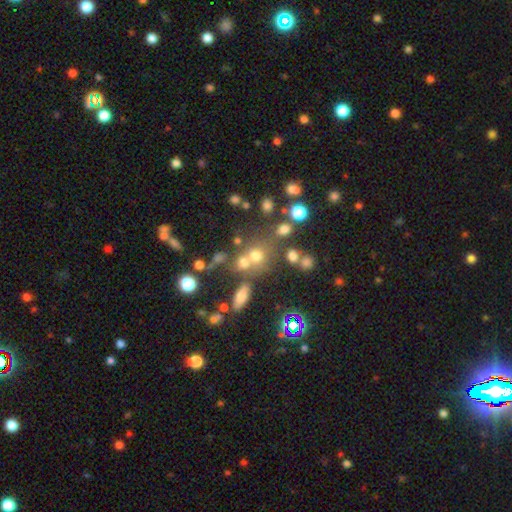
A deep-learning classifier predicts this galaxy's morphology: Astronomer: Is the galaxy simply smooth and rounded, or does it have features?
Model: smooth — 65%.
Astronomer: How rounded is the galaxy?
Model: round — 75%.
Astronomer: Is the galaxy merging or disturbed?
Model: none — 48% (runner-up: merger, 35%).